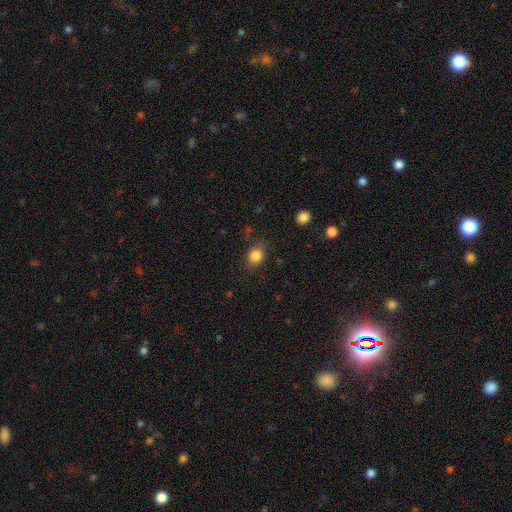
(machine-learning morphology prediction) Overall: smooth (84%). How rounded: round (50%; in between 49%). Merging: none (77%).